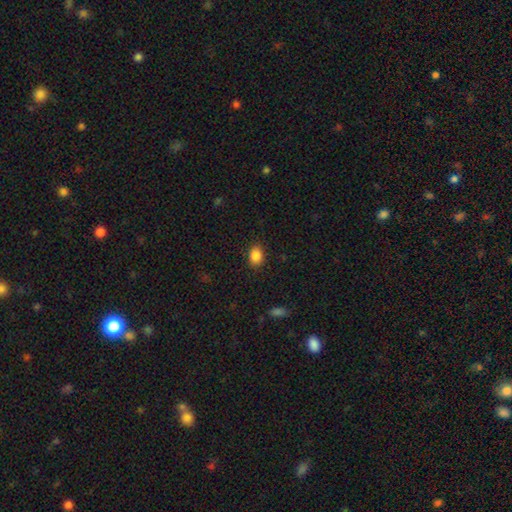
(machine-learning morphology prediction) The model was most divided on "how rounded": in between: 71%, round: 28%, cigar-shaped: 1%. More confident: merging — none (88%); smooth or featured — smooth (87%).